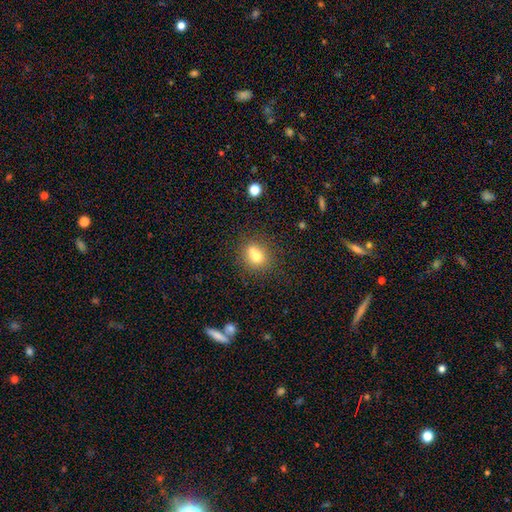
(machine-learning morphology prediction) smooth 70%, featured or disk 18%, star or artifact 12%. Down the decision tree: how rounded — round (67%); merging — none (50%).